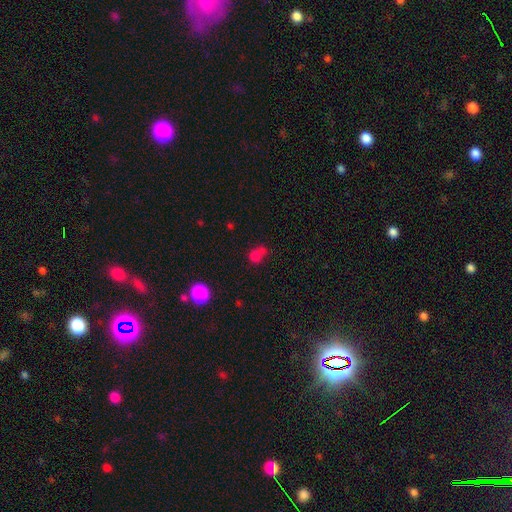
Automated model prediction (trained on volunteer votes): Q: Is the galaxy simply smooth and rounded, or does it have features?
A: smooth — 75%.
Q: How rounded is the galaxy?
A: round — 70%.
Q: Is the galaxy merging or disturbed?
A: merger — 44%.